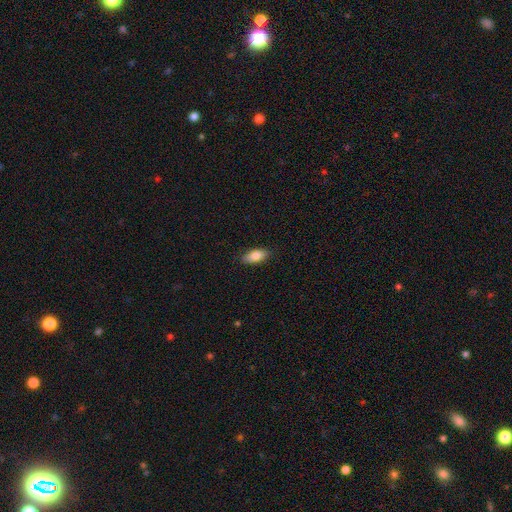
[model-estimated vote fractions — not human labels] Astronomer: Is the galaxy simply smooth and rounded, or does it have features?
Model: smooth — 84%.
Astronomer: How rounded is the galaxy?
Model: in between — 86%.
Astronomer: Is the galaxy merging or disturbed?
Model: none — 86%.